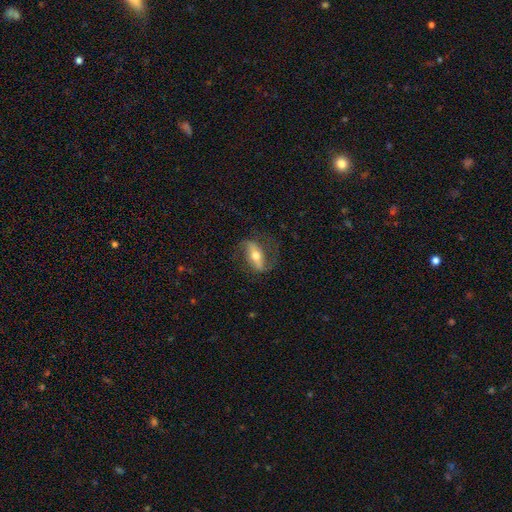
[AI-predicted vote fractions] smooth-or-featured: featured or disk: 66% | smooth: 27% | star or artifact: 7%
  disk-edge-on: no: 83% | yes: 17%
    bar: strong: 55% | weak: 24% | no: 21%
    has-spiral-arms: yes: 81% | no: 19%
    bulge-size: moderate: 68% | small: 19% | large: 10% | dominant: 2% | none: 1%
  merging: none: 70% | minor disturbance: 17% | major disturbance: 12% | merger: 1%